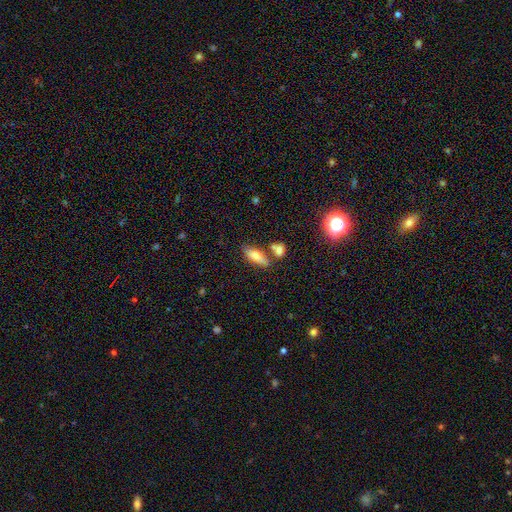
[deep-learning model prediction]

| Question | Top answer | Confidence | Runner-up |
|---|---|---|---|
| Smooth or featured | smooth | 72% | featured or disk (19%) |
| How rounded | in between | 63% | cigar-shaped (34%) |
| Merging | none | 62% | merger (20%) |